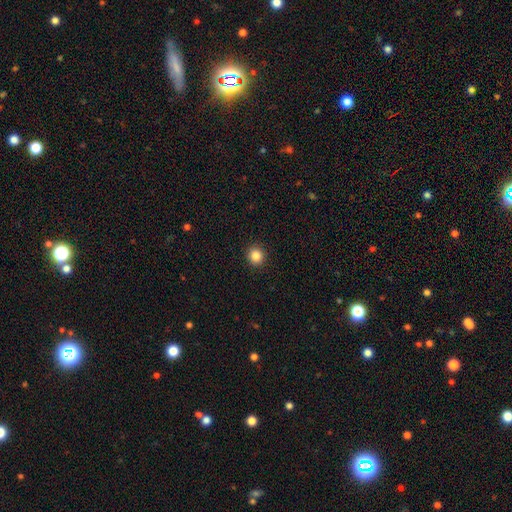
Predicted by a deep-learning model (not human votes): Smooth or featured? smooth (85%)
How rounded? round (92%)
Merging? none (93%)